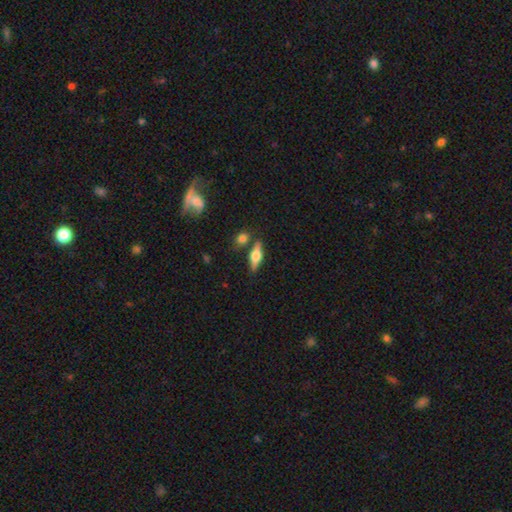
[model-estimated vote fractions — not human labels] Smooth or featured? Predicted: featured or disk (p=0.55). Edge-on disk? Predicted: yes (p=0.94). Edge-on bulge? Predicted: rounded (p=0.92). Merging? Predicted: none (p=0.76).